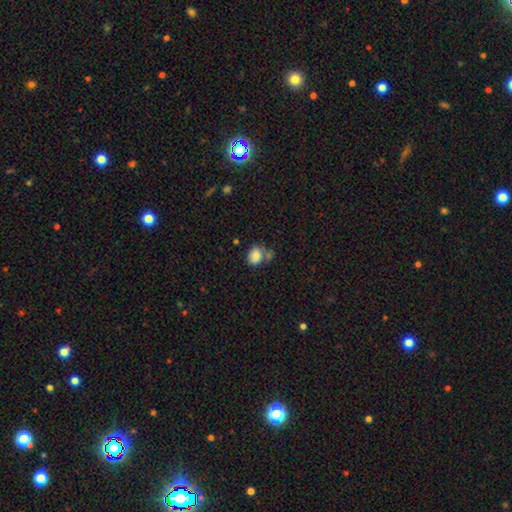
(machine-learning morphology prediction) type=smooth (83%); roundness=in between (55%); merging=none (45%).